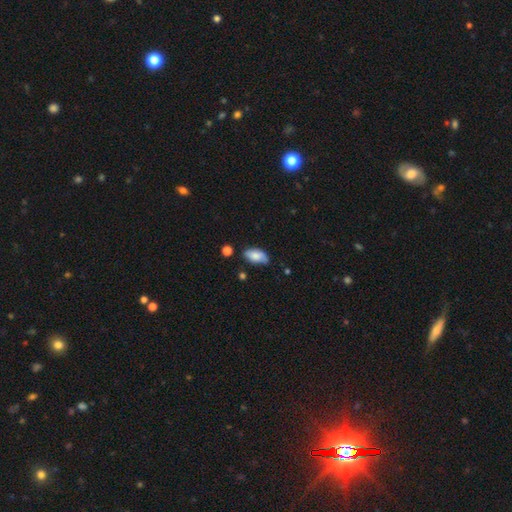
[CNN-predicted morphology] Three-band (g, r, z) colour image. It shows a smooth galaxy with no disk features (78%) that is in between round and cigar-shaped (93%). Merging: none (61%).